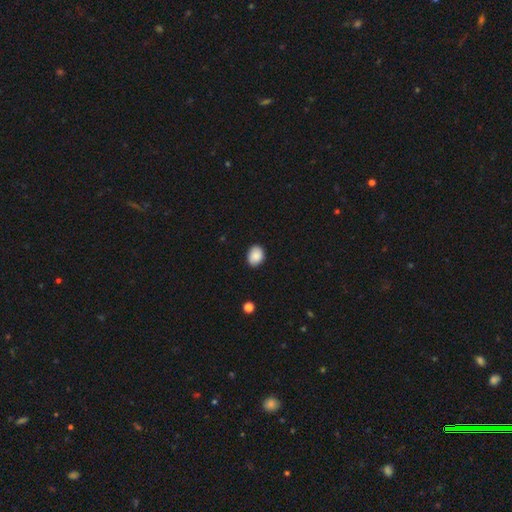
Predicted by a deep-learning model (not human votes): smooth_or_featured: smooth (p=0.88) [alt: star or artifact p=0.08]
how_rounded: in between (p=0.63) [alt: round p=0.36]
merging: none (p=0.87) [alt: minor disturbance p=0.10]